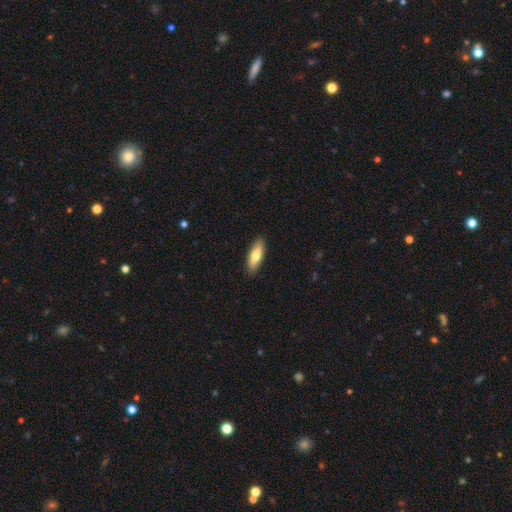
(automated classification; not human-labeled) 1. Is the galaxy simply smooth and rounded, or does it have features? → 72% smooth, 23% featured or disk, 6% star or artifact.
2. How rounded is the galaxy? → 58% in between, 40% cigar-shaped, 2% round.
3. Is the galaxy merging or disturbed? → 89% none, 8% minor disturbance, 2% major disturbance, 1% merger.